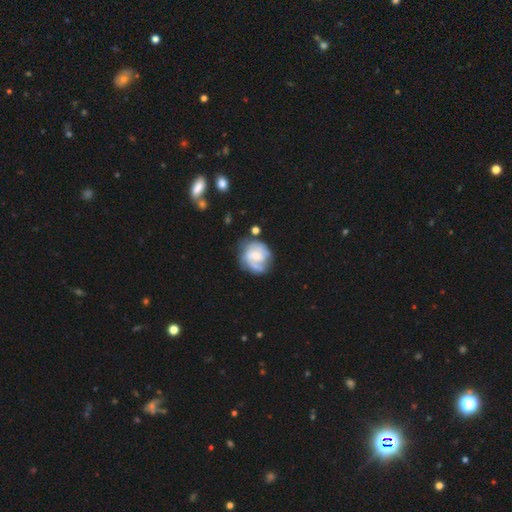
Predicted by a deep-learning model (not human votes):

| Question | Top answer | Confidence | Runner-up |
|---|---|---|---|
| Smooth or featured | featured or disk | 75% | smooth (20%) |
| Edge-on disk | no | 98% | yes (2%) |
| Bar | no | 55% | weak (38%) |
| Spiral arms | yes | 89% | no (11%) |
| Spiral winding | tight | 44% | medium (41%) |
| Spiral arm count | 2 | 48% | can't tell (23%) |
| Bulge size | small | 48% | moderate (42%) |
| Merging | none | 62% | minor disturbance (22%) |